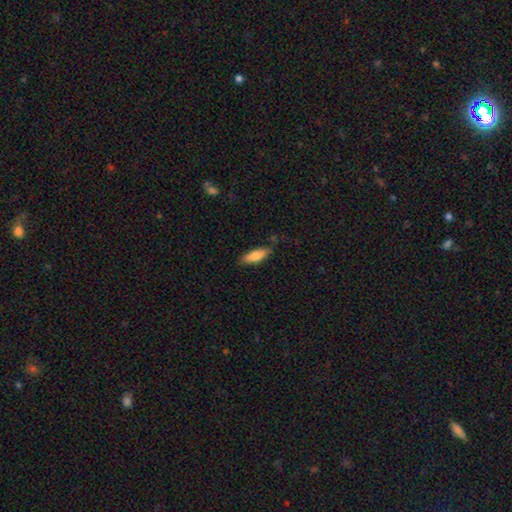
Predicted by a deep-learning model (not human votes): Smooth or featured: smooth — 79% (featured or disk — 15%)
How rounded: in between — 61% (cigar-shaped — 37%)
Merging: none — 77% (minor disturbance — 17%)